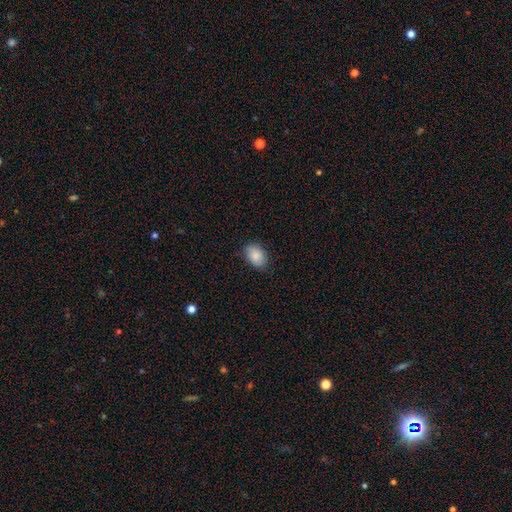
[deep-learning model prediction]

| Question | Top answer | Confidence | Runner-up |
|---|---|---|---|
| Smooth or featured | smooth | 86% | star or artifact (7%) |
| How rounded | in between | 82% | round (17%) |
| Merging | none | 79% | minor disturbance (17%) |